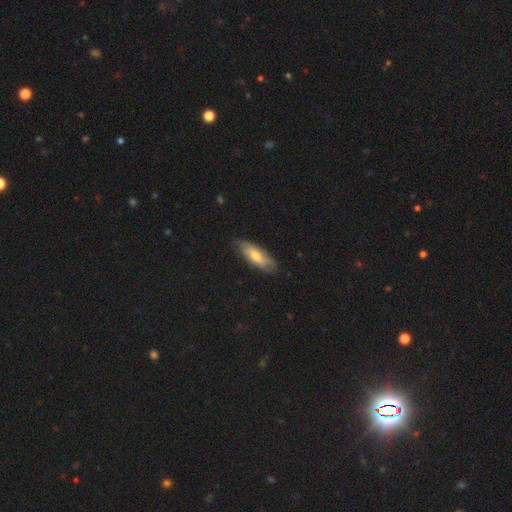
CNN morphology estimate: smooth_or_featured: smooth (p=0.61) [alt: featured or disk p=0.33]
how_rounded: in between (p=0.64) [alt: cigar-shaped p=0.34]
merging: none (p=0.75) [alt: minor disturbance p=0.20]